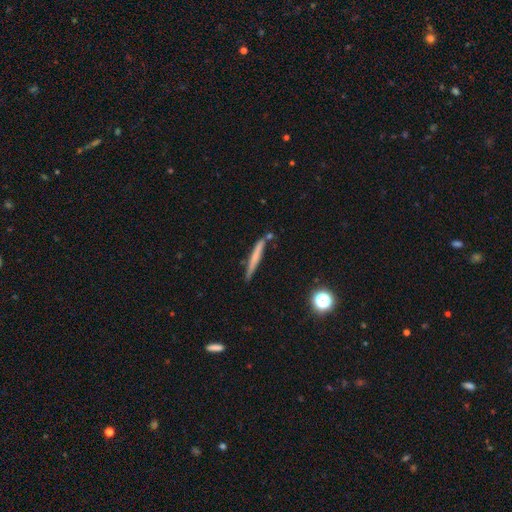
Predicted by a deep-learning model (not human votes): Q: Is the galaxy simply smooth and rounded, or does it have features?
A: smooth — 54%.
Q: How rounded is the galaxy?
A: cigar-shaped — 95%.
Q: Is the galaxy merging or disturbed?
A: none — 79%.